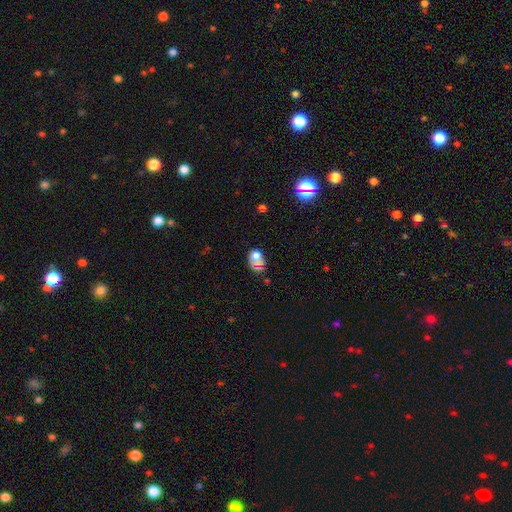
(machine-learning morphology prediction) Smooth or featured?
  - smooth: 56% *
  - featured or disk: 24%
  - star or artifact: 20%
How rounded?
  - in between: 54% *
  - round: 45%
  - cigar-shaped: 2%
Merging?
  - none: 46% *
  - minor disturbance: 22%
  - major disturbance: 19%
  - merger: 14%